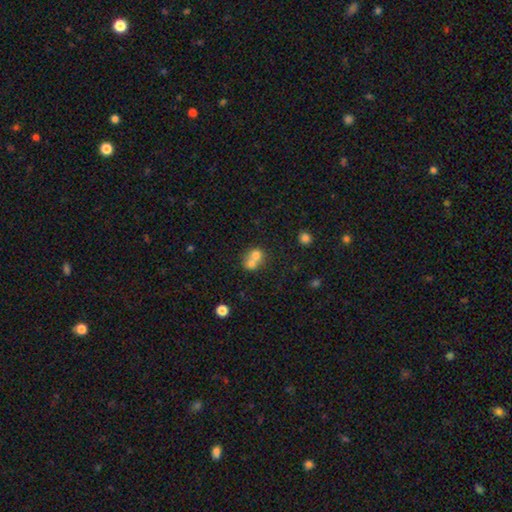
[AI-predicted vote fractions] smooth 69%, featured or disk 20%, star or artifact 11%. Down the decision tree: how rounded — round (75%); merging — merger (67%).